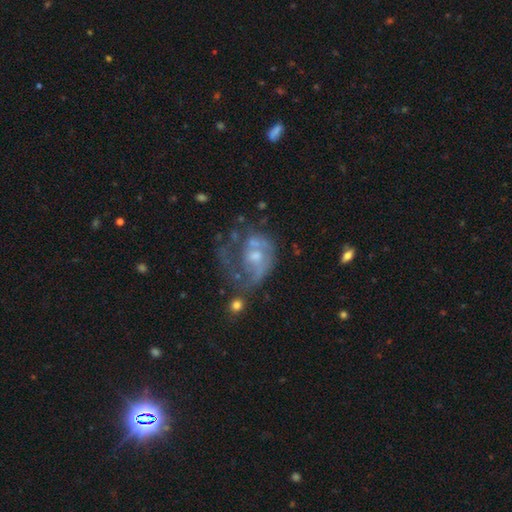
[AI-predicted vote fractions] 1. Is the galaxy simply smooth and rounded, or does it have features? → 76% featured or disk, 15% smooth, 9% star or artifact.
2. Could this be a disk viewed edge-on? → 97% no, 3% yes.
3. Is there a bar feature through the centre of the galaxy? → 65% no, 30% weak, 5% strong.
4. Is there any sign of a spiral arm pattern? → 78% yes, 22% no.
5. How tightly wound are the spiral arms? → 43% medium, 30% loose, 28% tight.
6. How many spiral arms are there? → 39% 1, 32% 2, 20% can't tell, 5% 3, 2% 4, 2% more than 4.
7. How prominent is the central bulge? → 48% moderate, 40% small, 7% none, 4% large, 1% dominant.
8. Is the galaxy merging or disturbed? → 37% major disturbance, 35% none, 19% minor disturbance, 9% merger.